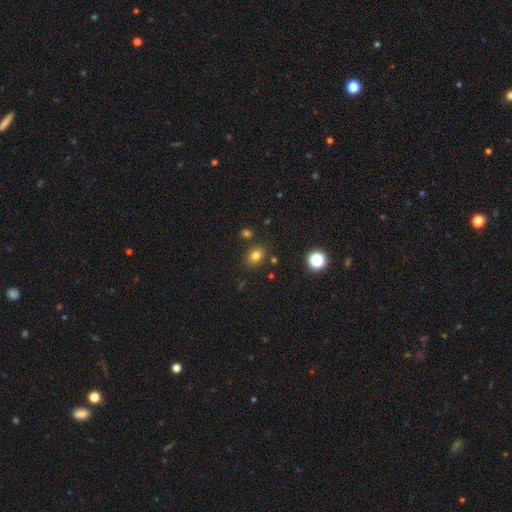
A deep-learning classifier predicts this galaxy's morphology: Smooth or featured? Predicted: smooth (p=0.78). How rounded? Predicted: round (p=0.51). Merging? Predicted: none (p=0.81).